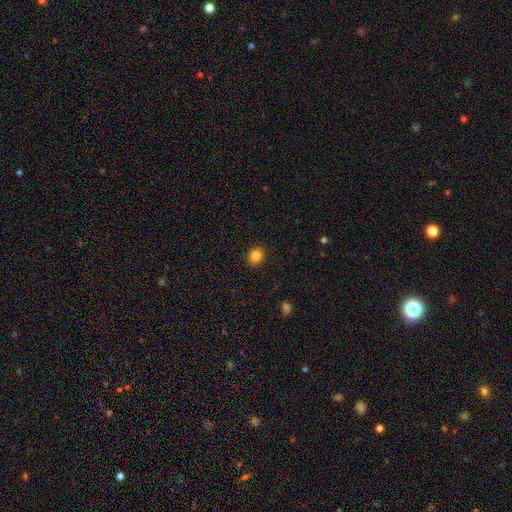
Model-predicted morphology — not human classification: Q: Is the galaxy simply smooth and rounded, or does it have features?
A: smooth — 83%.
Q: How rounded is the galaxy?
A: round — 76%.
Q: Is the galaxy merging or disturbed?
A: none — 91%.